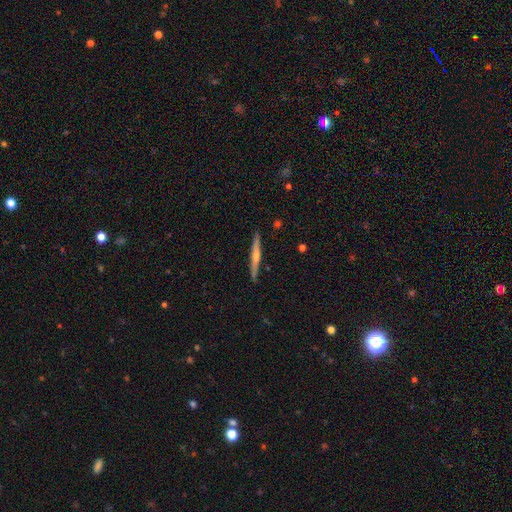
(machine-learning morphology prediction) smooth_or_featured: featured or disk (p=0.69) [alt: smooth p=0.25]
disk_edge_on: yes (p=0.98) [alt: no p=0.02]
edge_on_bulge: rounded (p=0.77) [alt: none p=0.17]
merging: none (p=0.91) [alt: minor disturbance p=0.07]